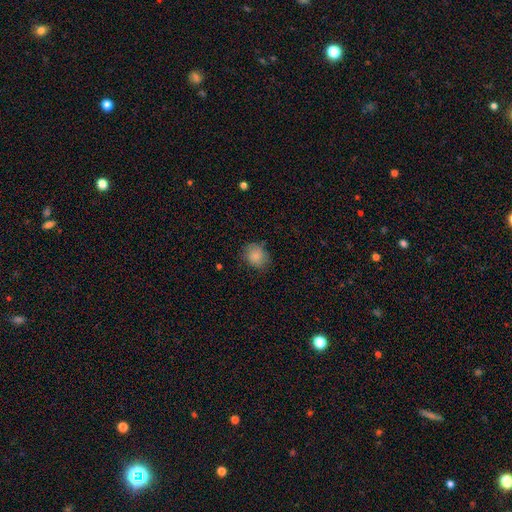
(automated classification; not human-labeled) Smooth or featured?
  - smooth: 85% *
  - star or artifact: 8%
  - featured or disk: 7%
How rounded?
  - round: 65% *
  - in between: 35%
  - cigar-shaped: 1%
Merging?
  - none: 74% *
  - minor disturbance: 20%
  - major disturbance: 5%
  - merger: 1%